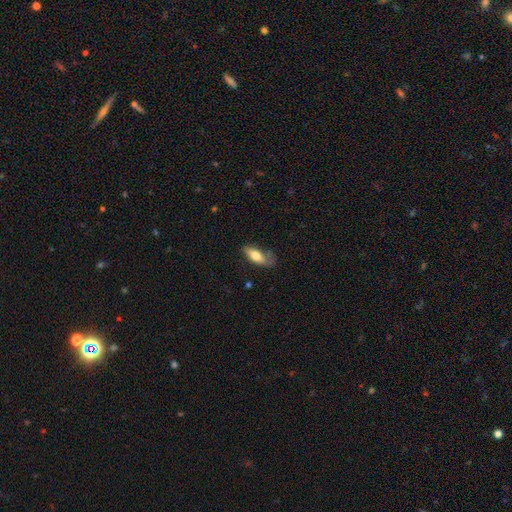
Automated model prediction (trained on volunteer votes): smooth-or-featured: smooth: 69% | featured or disk: 25% | star or artifact: 6%
  how-rounded: in between: 70% | cigar-shaped: 28% | round: 2%
  merging: none: 51% | minor disturbance: 31% | major disturbance: 15% | merger: 3%